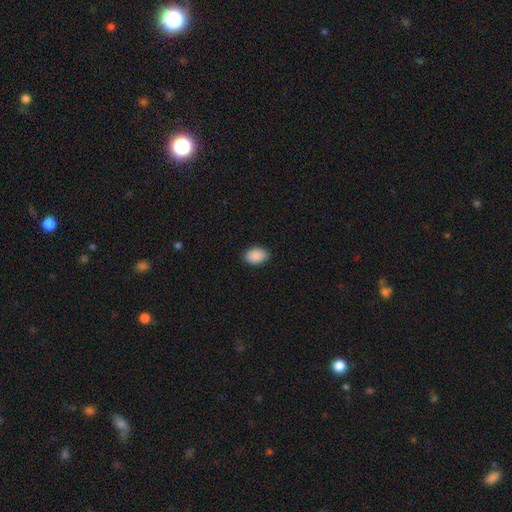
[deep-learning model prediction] Q: Smooth or featured?
A: smooth (90%); runner-up: star or artifact (7%)
Q: How rounded?
A: in between (87%); runner-up: round (11%)
Q: Merging?
A: none (88%); runner-up: minor disturbance (9%)